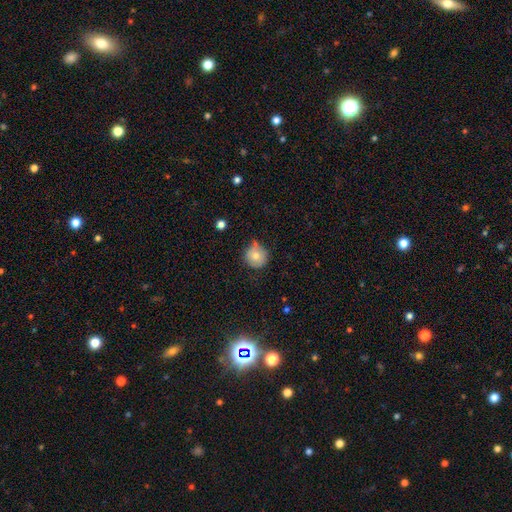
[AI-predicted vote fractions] The model was most divided on "merging": none: 65%, minor disturbance: 26%, major disturbance: 5%, merger: 5%. More confident: how rounded — round (93%); smooth or featured — smooth (72%).